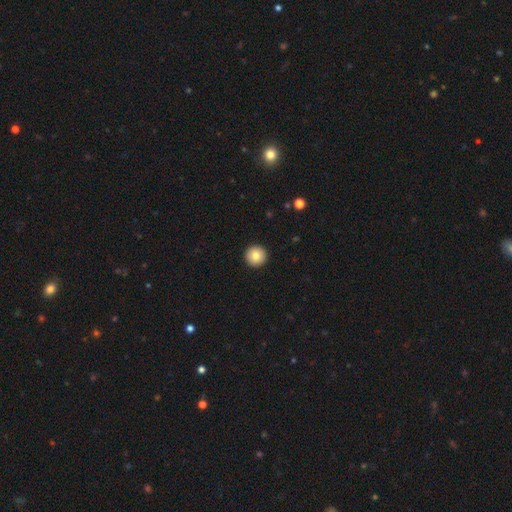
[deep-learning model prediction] Smooth or featured? smooth (84%)
How rounded? round (96%)
Merging? none (94%)